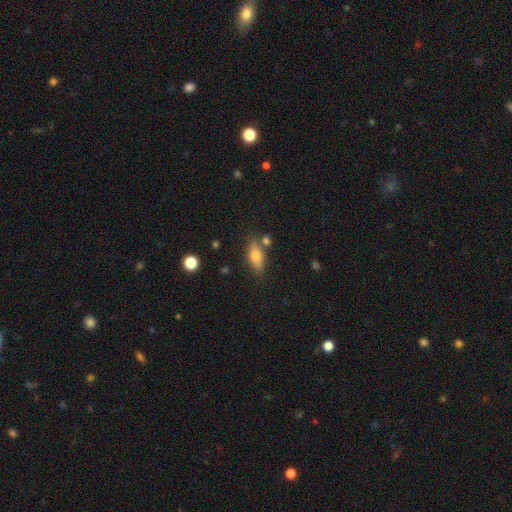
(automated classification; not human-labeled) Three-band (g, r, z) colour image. It shows a smooth galaxy with no disk features (72%) that is in between round and cigar-shaped (78%). Merging: none (73%).